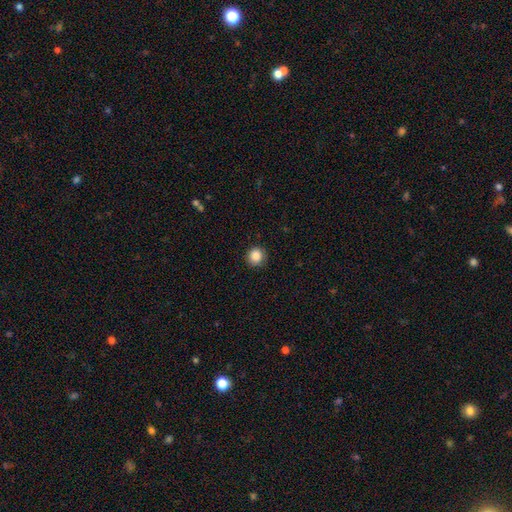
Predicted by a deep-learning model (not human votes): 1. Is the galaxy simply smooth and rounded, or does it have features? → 87% smooth, 10% star or artifact, 4% featured or disk.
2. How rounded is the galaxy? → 92% round, 7% in between, 1% cigar-shaped.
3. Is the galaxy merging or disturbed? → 88% none, 9% minor disturbance, 2% major disturbance, 1% merger.